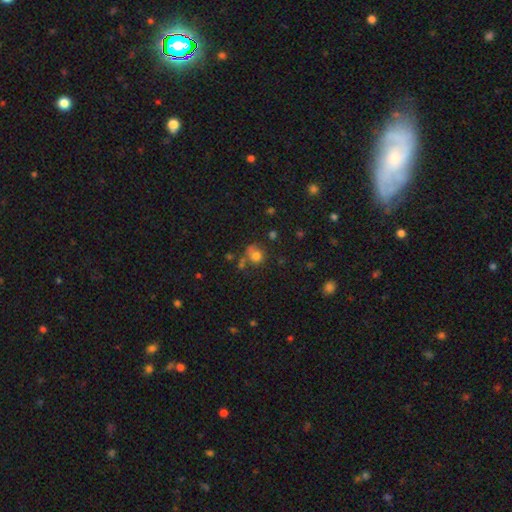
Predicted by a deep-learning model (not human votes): The model was most divided on "merging": none: 53%, minor disturbance: 20%, merger: 16%, major disturbance: 12%. More confident: how rounded — round (81%); smooth or featured — smooth (74%).